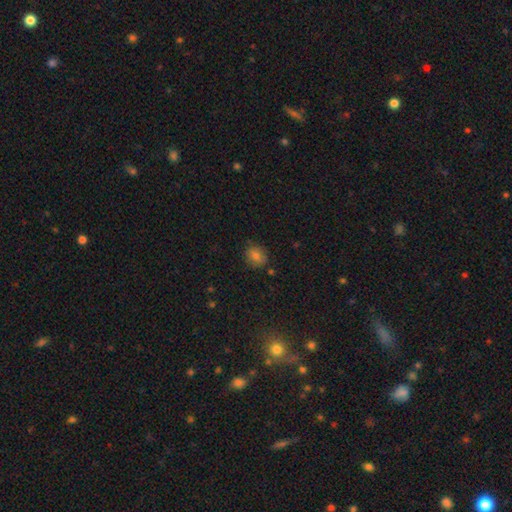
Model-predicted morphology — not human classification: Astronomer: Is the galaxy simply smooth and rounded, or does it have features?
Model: smooth — 76%.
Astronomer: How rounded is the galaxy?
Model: round — 74%.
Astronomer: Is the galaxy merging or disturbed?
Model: none — 82%.